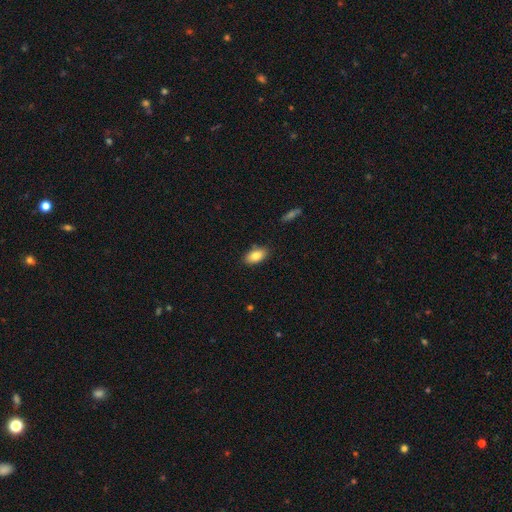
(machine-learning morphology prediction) A smooth galaxy with no disk features (84%) that is in between round and cigar-shaped (92%).

Vote fractions:
- Smooth or featured? smooth: 84% / featured or disk: 9% / star or artifact: 7%
- How rounded? in between: 92% / round: 5% / cigar-shaped: 3%
- Merging? none: 86% / minor disturbance: 11% / major disturbance: 2% / merger: 2%